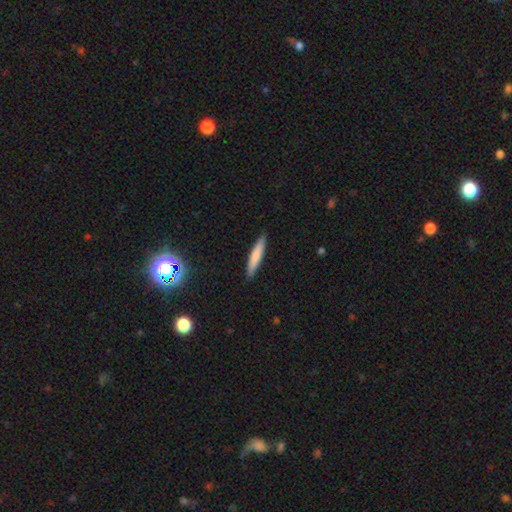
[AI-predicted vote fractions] Q: Smooth or featured?
A: smooth (73%); runner-up: featured or disk (21%)
Q: How rounded?
A: cigar-shaped (91%); runner-up: in between (8%)
Q: Merging?
A: none (90%); runner-up: minor disturbance (7%)